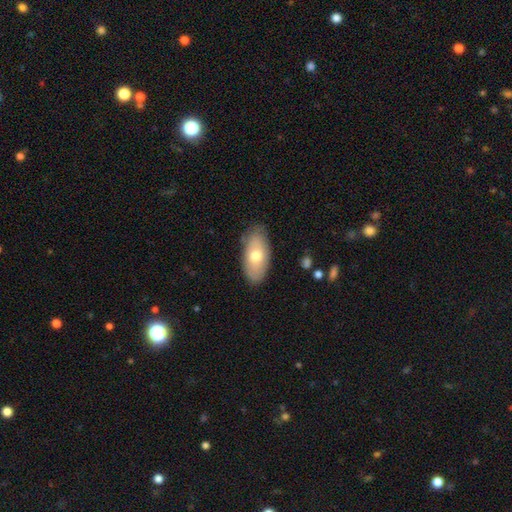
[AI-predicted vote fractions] This is likely a smooth galaxy (68%). How rounded: clearly in between (92%). Merging: clearly none (80%).